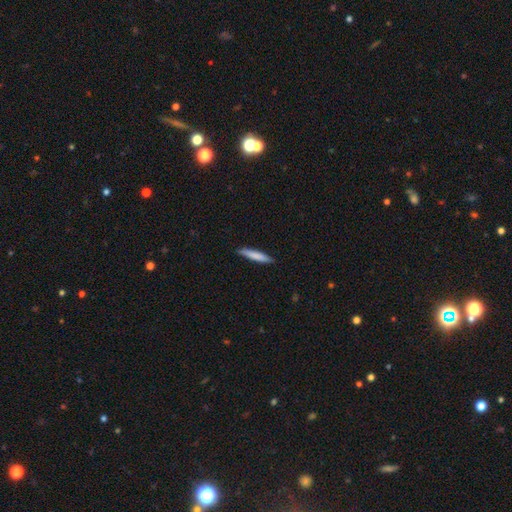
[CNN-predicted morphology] smooth_or_featured: smooth (p=0.78) [alt: featured or disk p=0.17]
how_rounded: cigar-shaped (p=0.92) [alt: in between p=0.06]
merging: none (p=0.88) [alt: minor disturbance p=0.09]